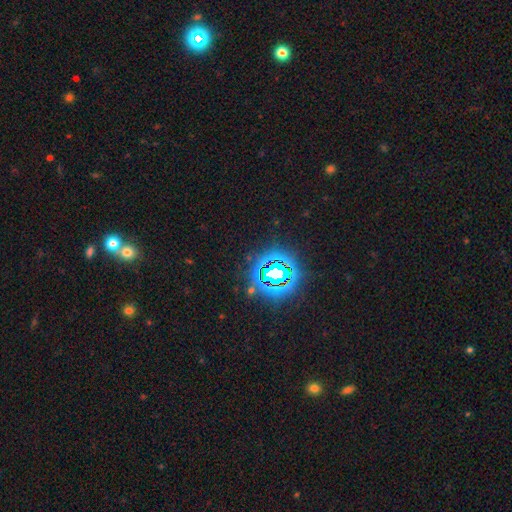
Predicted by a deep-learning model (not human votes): Morphology: type=star or artifact (79%).